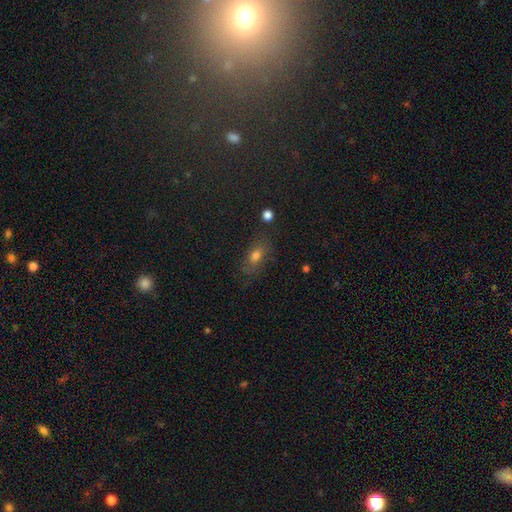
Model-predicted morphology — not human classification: smooth 63%, star or artifact 19%, featured or disk 18%. Down the decision tree: how rounded — in between (76%); merging — none (72%).